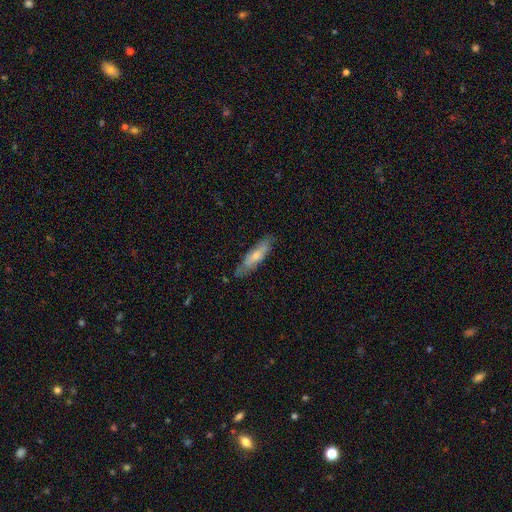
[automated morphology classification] type=smooth (60%); roundness=cigar-shaped (67%); merging=none (76%).